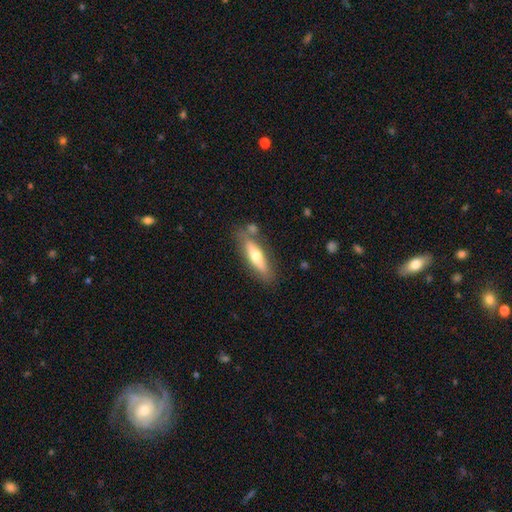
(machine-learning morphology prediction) Smooth or featured? Predicted: smooth (p=0.55). How rounded? Predicted: cigar-shaped (p=0.61). Merging? Predicted: none (p=0.71).